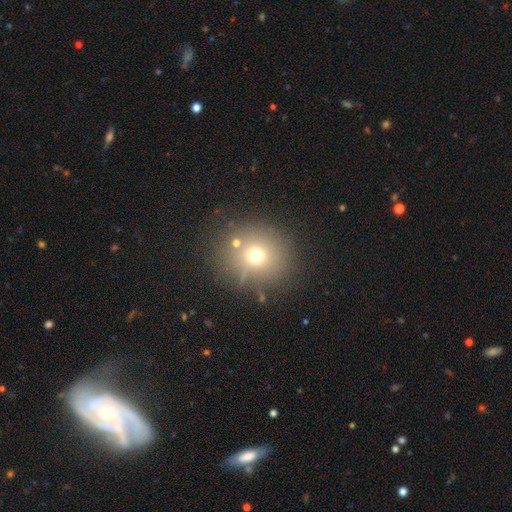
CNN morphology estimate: type=smooth (66%); roundness=round (87%); merging=none (79%).